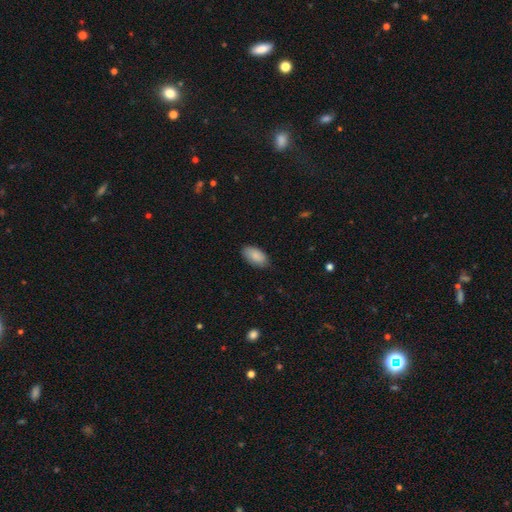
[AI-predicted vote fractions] This is clearly a smooth galaxy (87%). How rounded: clearly in between (95%). Merging: clearly none (82%).